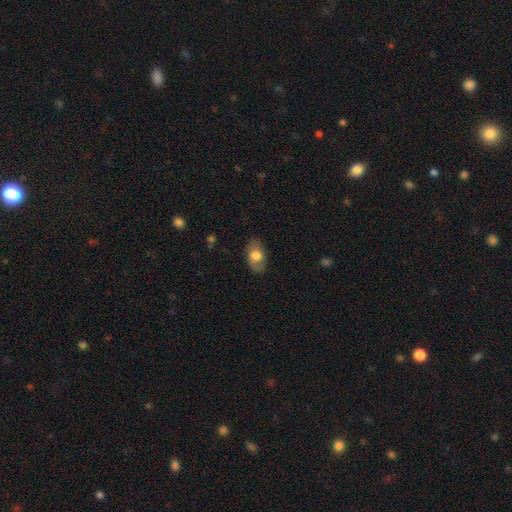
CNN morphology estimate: This is likely a smooth galaxy (70%). How rounded: clearly in between (90%). Merging: likely none (77%).